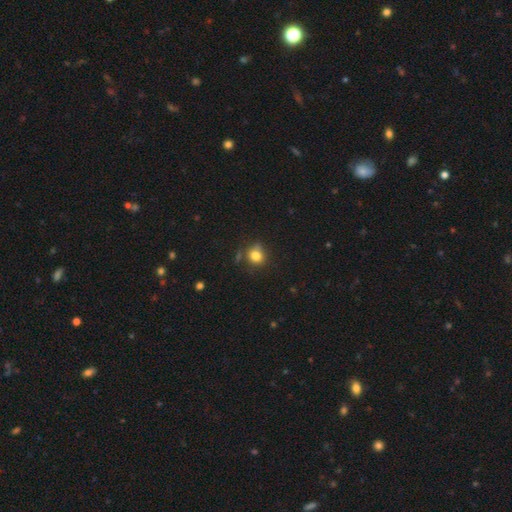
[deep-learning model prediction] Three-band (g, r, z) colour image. It shows a smooth galaxy with no disk features (81%) that is round (78%). Merging: none (69%).